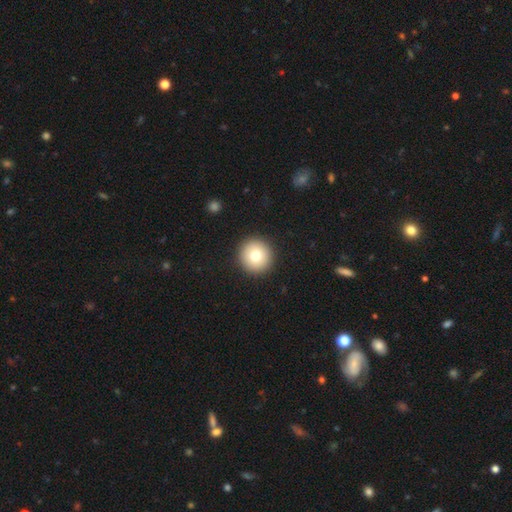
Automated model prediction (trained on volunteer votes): A smooth galaxy with no disk features (76%) that is round (96%). Merging: none (93%).